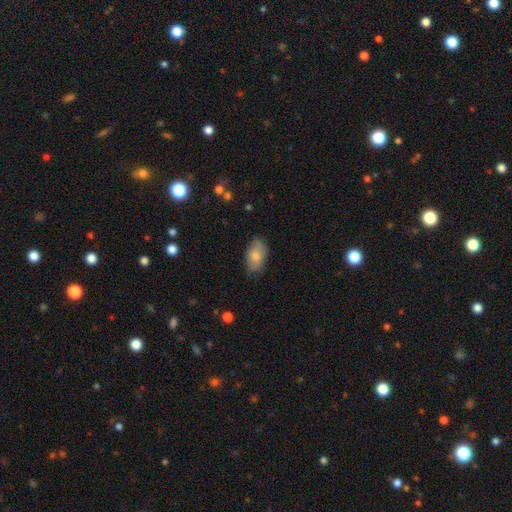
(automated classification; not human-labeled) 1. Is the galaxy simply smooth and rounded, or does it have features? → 80% smooth, 14% featured or disk, 6% star or artifact.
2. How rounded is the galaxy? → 93% in between, 5% round, 2% cigar-shaped.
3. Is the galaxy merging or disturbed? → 75% none, 20% minor disturbance, 4% major disturbance, 1% merger.